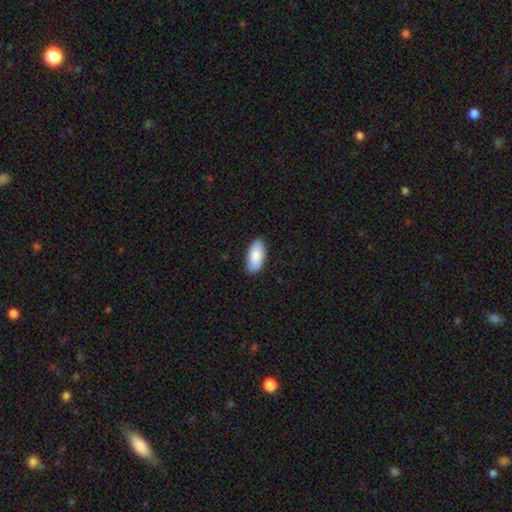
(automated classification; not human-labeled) A smooth galaxy with no disk features (86%) that is in between round and cigar-shaped (93%).

Vote fractions:
- Smooth or featured? smooth: 86% / featured or disk: 8% / star or artifact: 6%
- How rounded? in between: 93% / cigar-shaped: 5% / round: 2%
- Merging? none: 88% / minor disturbance: 9% / major disturbance: 2% / merger: 1%